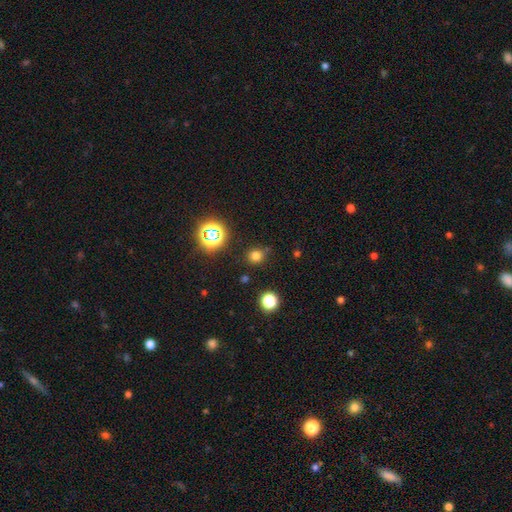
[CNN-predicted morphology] Overall: smooth (72%). How rounded: round (87%). Merging: none (78%).